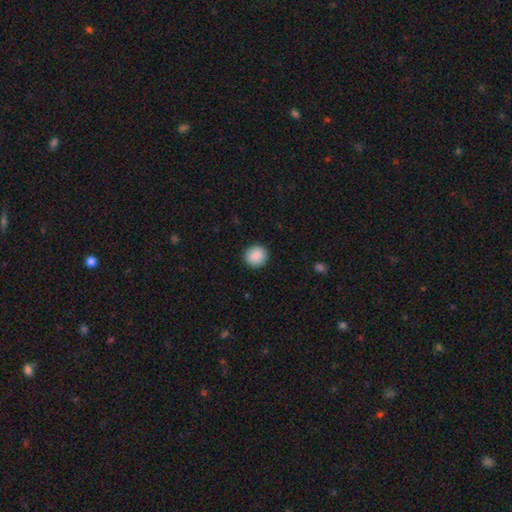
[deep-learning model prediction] smooth 90%, star or artifact 7%, featured or disk 3%. Down the decision tree: how rounded — round (91%); merging — none (92%).